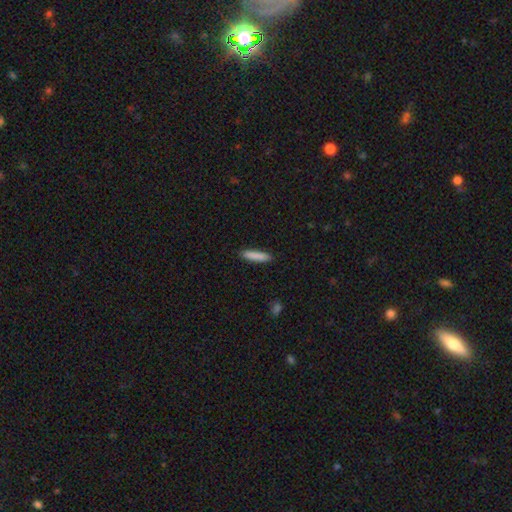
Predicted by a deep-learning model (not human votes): This is clearly a smooth galaxy (87%). How rounded: clearly cigar-shaped (86%). Merging: clearly none (90%).